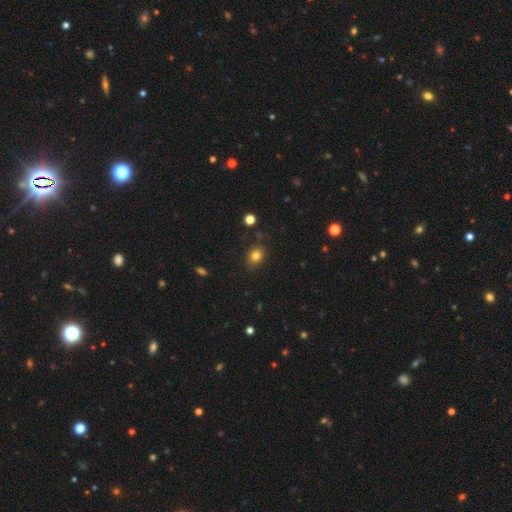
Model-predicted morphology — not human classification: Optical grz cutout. It shows a smooth galaxy with no disk features (80%) that is round (59%). Merging: none (80%).